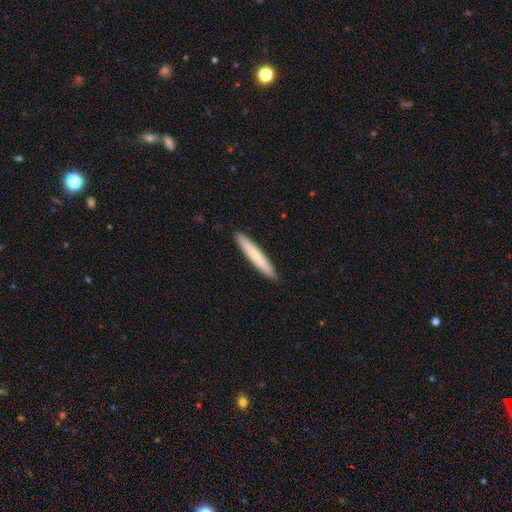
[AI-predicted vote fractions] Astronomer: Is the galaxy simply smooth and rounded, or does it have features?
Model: smooth — 70%.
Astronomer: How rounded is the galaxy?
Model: cigar-shaped — 95%.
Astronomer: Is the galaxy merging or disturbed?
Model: none — 92%.